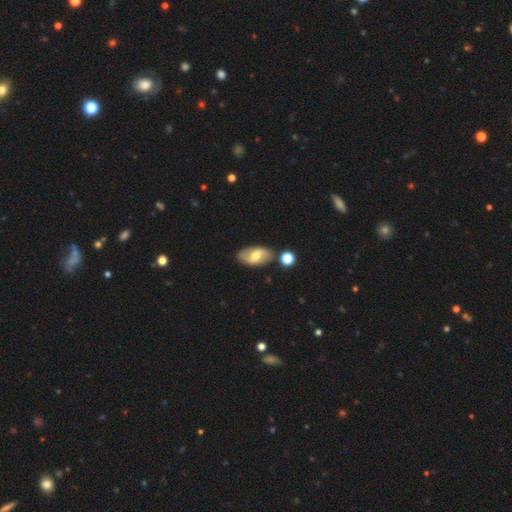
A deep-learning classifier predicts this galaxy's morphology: A smooth galaxy with no disk features (47%). Merging: none (76%).